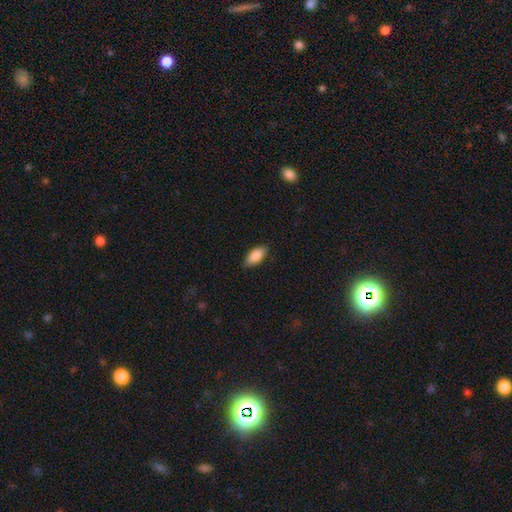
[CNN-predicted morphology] Smooth or featured? smooth (88%)
How rounded? in between (88%)
Merging? none (87%)